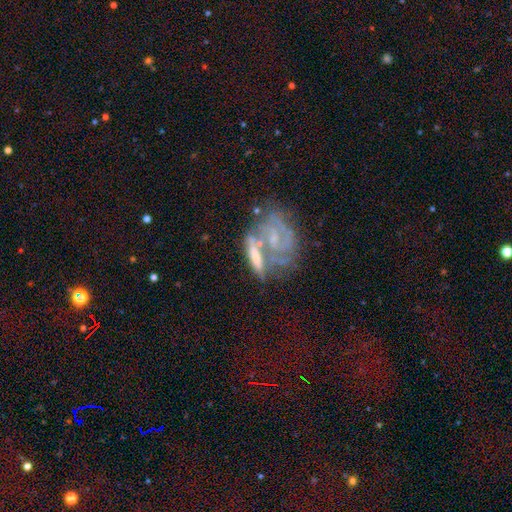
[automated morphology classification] This appears to be a featured or disk galaxy (68%) with no bar (54%), spiral arms (75%) and a small central bulge (47%). Merging: merger (39%).